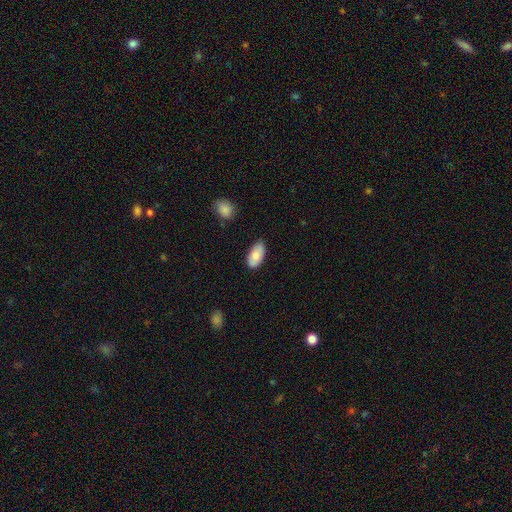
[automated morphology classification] This is clearly a smooth galaxy (80%). How rounded: clearly in between (95%). Merging: clearly none (81%).